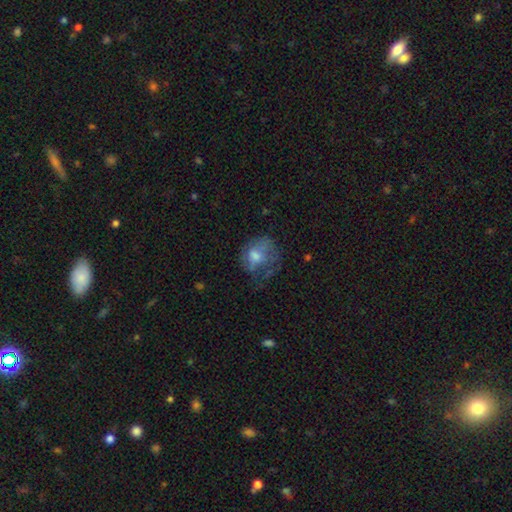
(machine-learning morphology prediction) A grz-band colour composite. It shows a smooth galaxy with no disk features (54%) that is round (53%). Merging: none (38%).